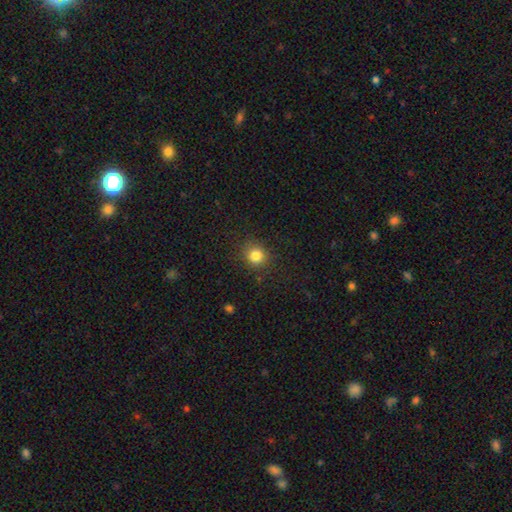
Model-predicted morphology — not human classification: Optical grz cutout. It shows a smooth galaxy with no disk features (83%) that is round (89%). Merging: none (88%).